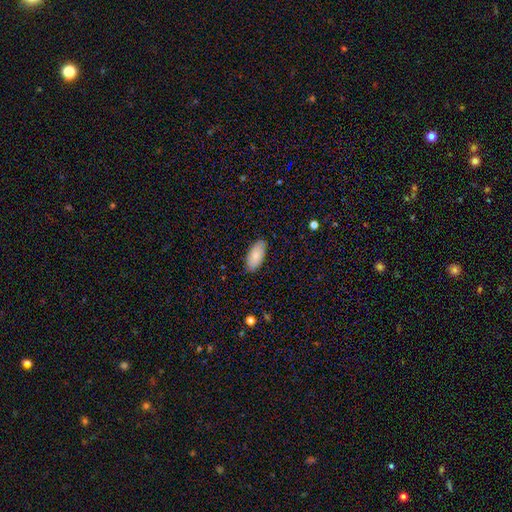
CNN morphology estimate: Overall: smooth (83%). How rounded: in between (93%). Merging: none (85%).